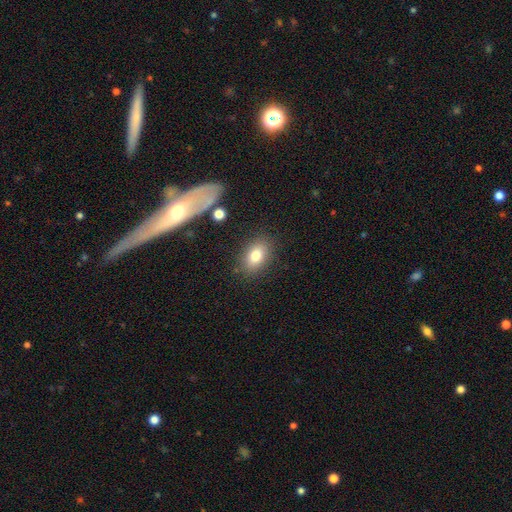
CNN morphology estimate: The model was most divided on "how rounded": in between: 80%, round: 18%, cigar-shaped: 2%. More confident: merging — none (84%); smooth or featured — smooth (78%).